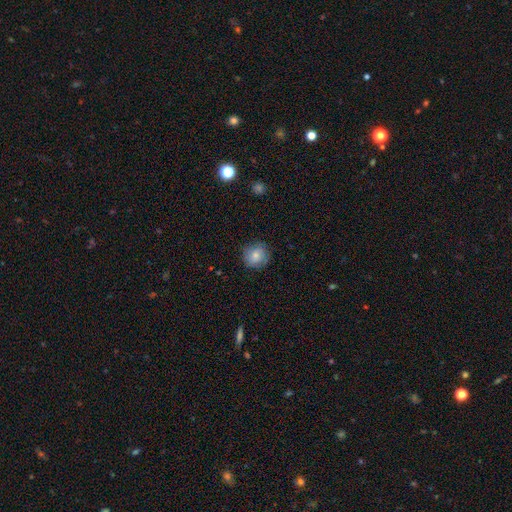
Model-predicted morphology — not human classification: Smooth or featured: smooth — 79% (featured or disk — 12%)
How rounded: round — 87% (in between — 12%)
Merging: none — 83% (minor disturbance — 13%)